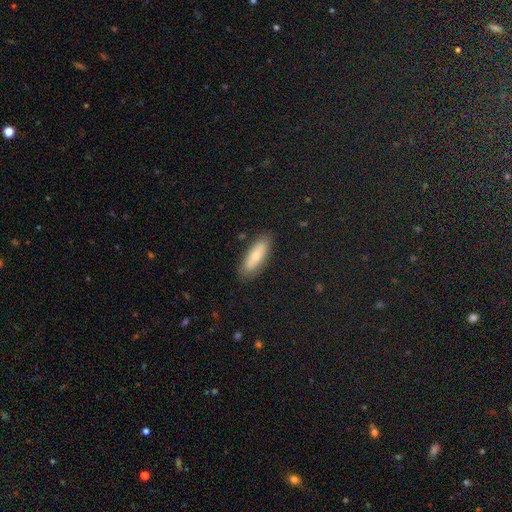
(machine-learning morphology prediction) This appears to be a smooth galaxy with no disk features (70%) that is in between round and cigar-shaped (56%). Merging: none (84%).